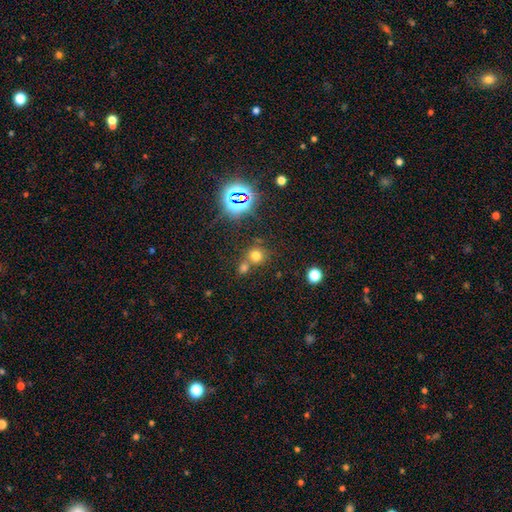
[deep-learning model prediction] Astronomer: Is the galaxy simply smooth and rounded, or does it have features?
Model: smooth — 67%.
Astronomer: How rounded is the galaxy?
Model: round — 88%.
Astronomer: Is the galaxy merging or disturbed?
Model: none — 54% (runner-up: merger, 36%).